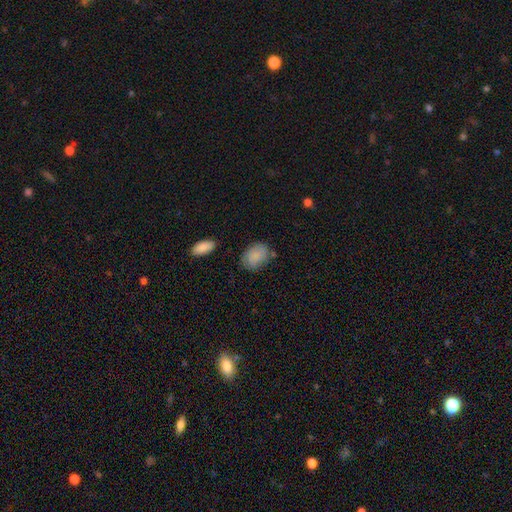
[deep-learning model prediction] smooth 79%, featured or disk 14%, star or artifact 7%. Down the decision tree: how rounded — in between (76%); merging — none (70%).